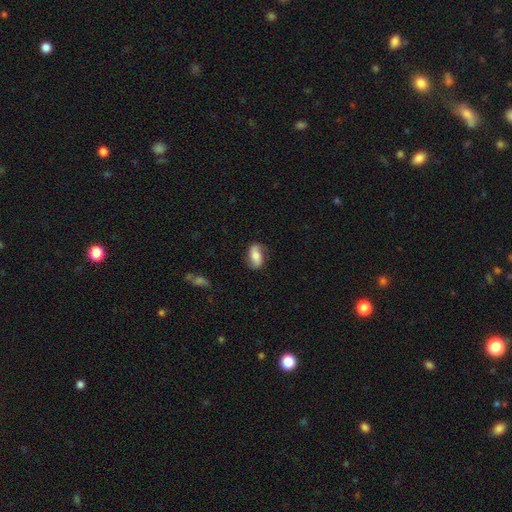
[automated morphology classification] The model was most divided on "smooth or featured": smooth: 60%, featured or disk: 32%, star or artifact: 8%. More confident: how rounded — in between (89%); merging — none (75%).